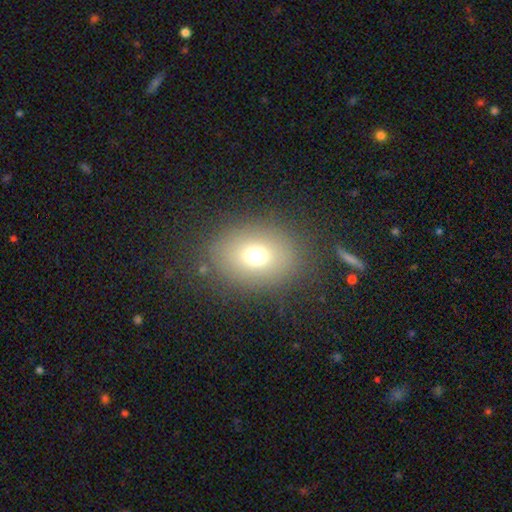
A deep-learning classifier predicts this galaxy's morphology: The model was most divided on "how rounded": in between: 52%, round: 47%, cigar-shaped: 1%. More confident: merging — none (83%); smooth or featured — smooth (71%).